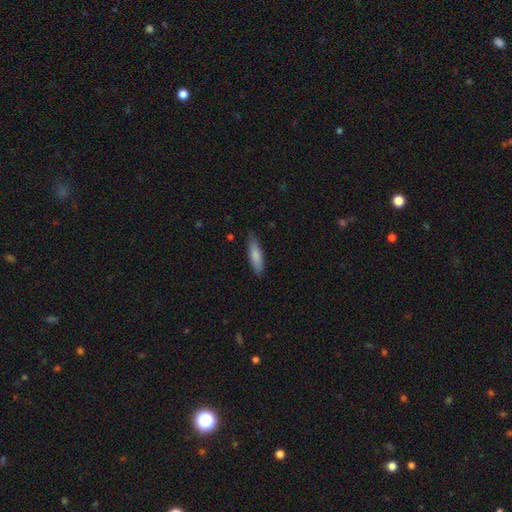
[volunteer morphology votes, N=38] Volunteers were most divided on "smooth or featured": smooth: 74%, featured or disk: 21%, star or artifact: 5%. More confident: how rounded — cigar-shaped (96%); merging — none (89%).